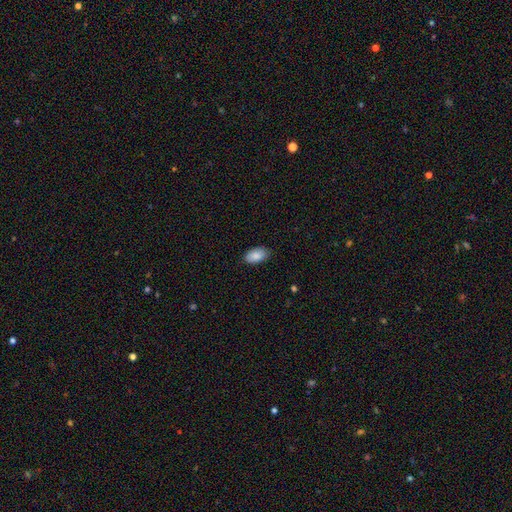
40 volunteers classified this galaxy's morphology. Overall: smooth (100%). How rounded: in between (92%). Merging: none (92%).